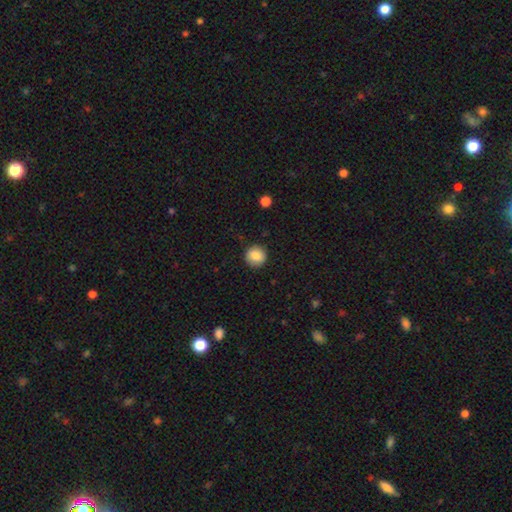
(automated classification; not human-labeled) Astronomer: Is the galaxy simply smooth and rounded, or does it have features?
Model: smooth — 87%.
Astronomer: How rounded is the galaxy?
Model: round — 92%.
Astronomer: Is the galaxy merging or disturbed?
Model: none — 89%.